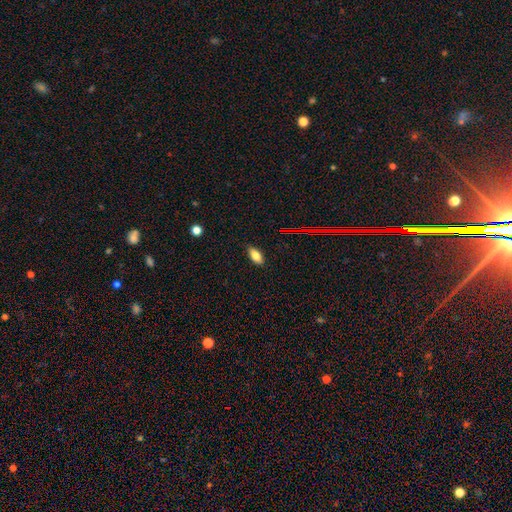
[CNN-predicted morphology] smooth-or-featured: smooth: 79% | featured or disk: 11% | star or artifact: 10%
  how-rounded: in between: 88% | cigar-shaped: 8% | round: 4%
  merging: none: 87% | minor disturbance: 10% | major disturbance: 2% | merger: 1%